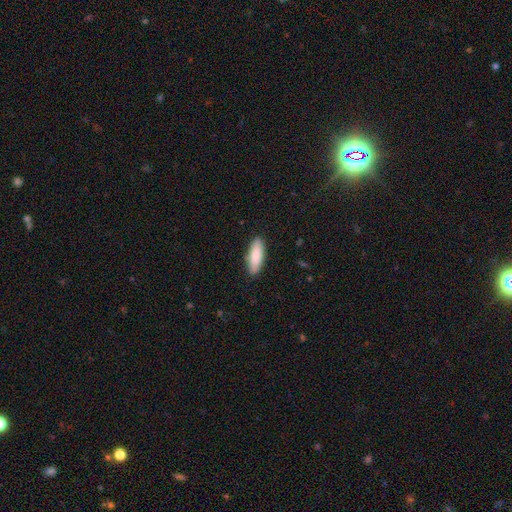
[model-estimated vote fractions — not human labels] A smooth galaxy with no disk features (86%) that is in between round and cigar-shaped (58%).

Vote fractions:
- Smooth or featured? smooth: 86% / featured or disk: 8% / star or artifact: 5%
- How rounded? in between: 58% / cigar-shaped: 41% / round: 2%
- Merging? none: 87% / minor disturbance: 10% / major disturbance: 2% / merger: 1%